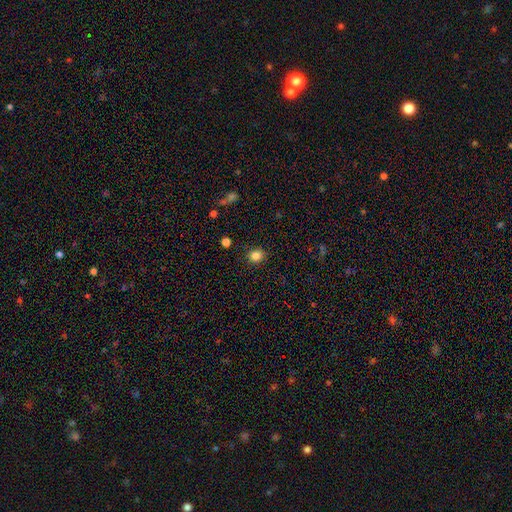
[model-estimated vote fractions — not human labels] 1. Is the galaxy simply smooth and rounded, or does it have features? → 83% smooth, 12% star or artifact, 5% featured or disk.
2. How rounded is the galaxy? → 81% round, 18% in between, 1% cigar-shaped.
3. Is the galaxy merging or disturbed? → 89% none, 7% minor disturbance, 2% major disturbance, 1% merger.